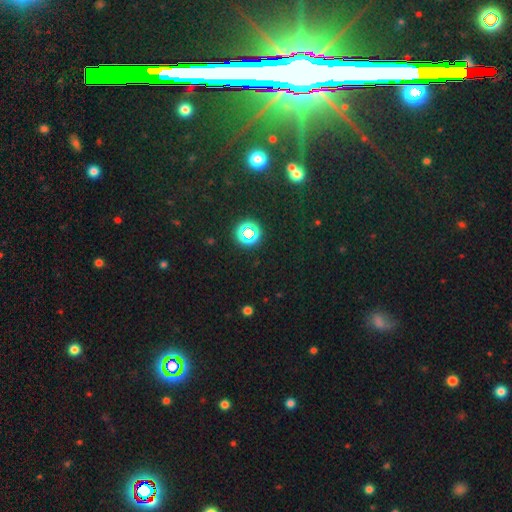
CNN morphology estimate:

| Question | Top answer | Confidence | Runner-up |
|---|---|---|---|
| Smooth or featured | star or artifact | 70% | smooth (16%) |